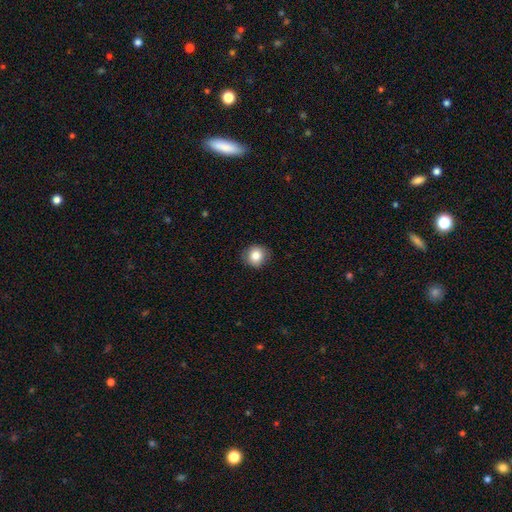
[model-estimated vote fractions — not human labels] A smooth galaxy with no disk features (83%) that is round (88%). Merging: none (85%).